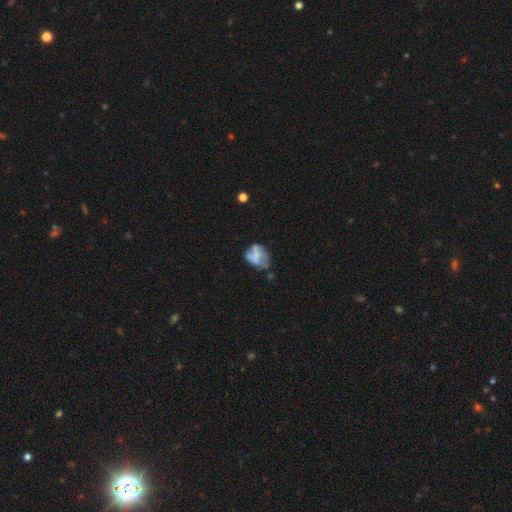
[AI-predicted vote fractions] A featured or disk galaxy (47%).

Vote fractions:
- Smooth or featured? featured or disk: 47% / smooth: 43% / star or artifact: 10%
- Merging? none: 35% / minor disturbance: 27% / major disturbance: 23% / merger: 15%